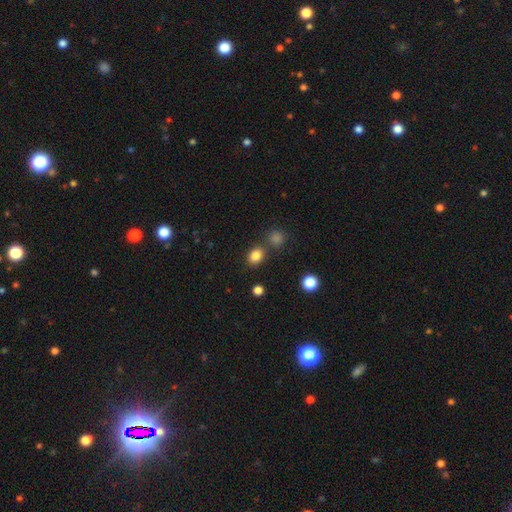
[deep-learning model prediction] A smooth galaxy with no disk features (83%) that is in between round and cigar-shaped (50%). Merging: none (74%).